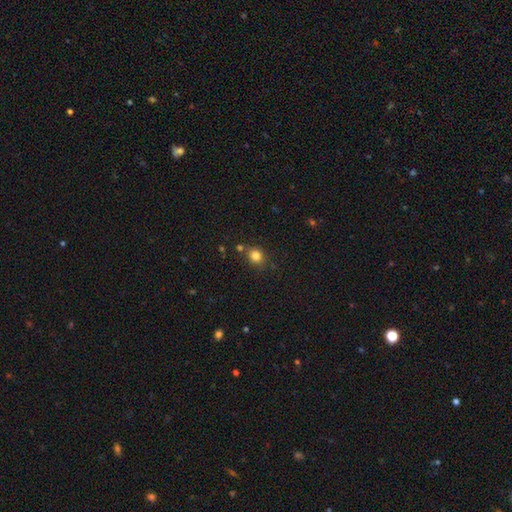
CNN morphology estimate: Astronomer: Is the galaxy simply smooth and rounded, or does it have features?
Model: smooth — 82%.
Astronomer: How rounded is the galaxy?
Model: round — 71%.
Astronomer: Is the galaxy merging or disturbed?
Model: none — 74%.